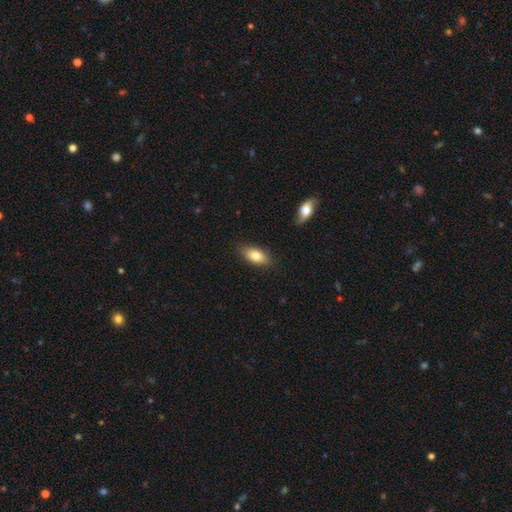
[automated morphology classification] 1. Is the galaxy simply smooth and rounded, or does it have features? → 79% smooth, 14% featured or disk, 7% star or artifact.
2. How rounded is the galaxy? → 88% in between, 8% cigar-shaped, 4% round.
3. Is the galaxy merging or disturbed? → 84% none, 12% minor disturbance, 2% major disturbance, 2% merger.